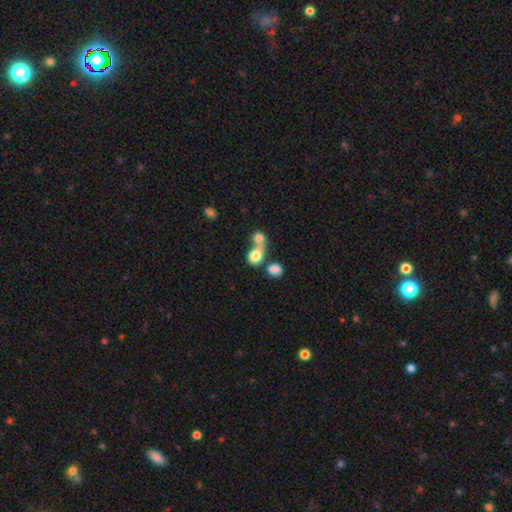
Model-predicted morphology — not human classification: A smooth galaxy with no disk features (77%) that is round (60%). Merging: merger (69%).